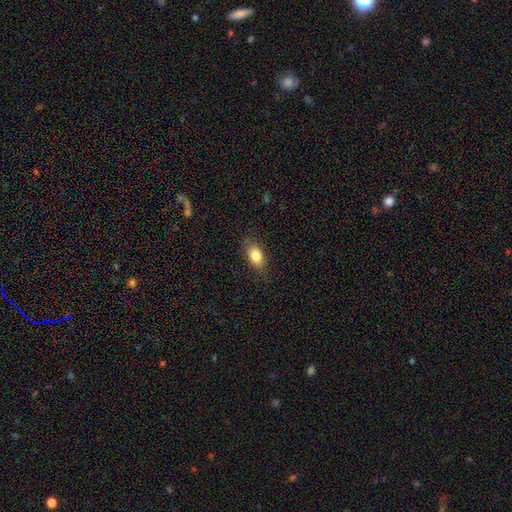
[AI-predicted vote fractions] This appears to be a smooth galaxy with no disk features (84%) that is in between round and cigar-shaped (88%). Merging: none (82%).